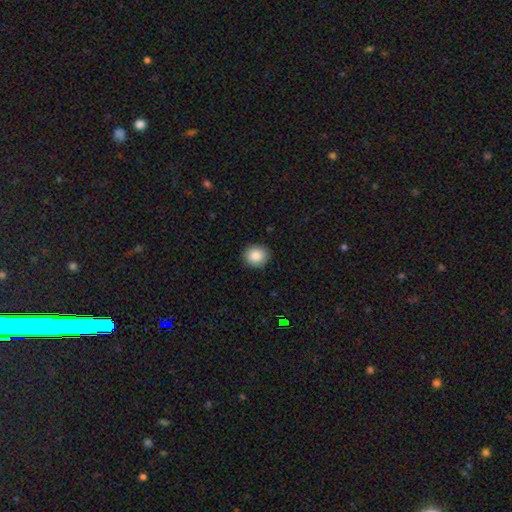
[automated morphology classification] smooth 87%, star or artifact 8%, featured or disk 5%. Down the decision tree: how rounded — round (90%); merging — none (91%).